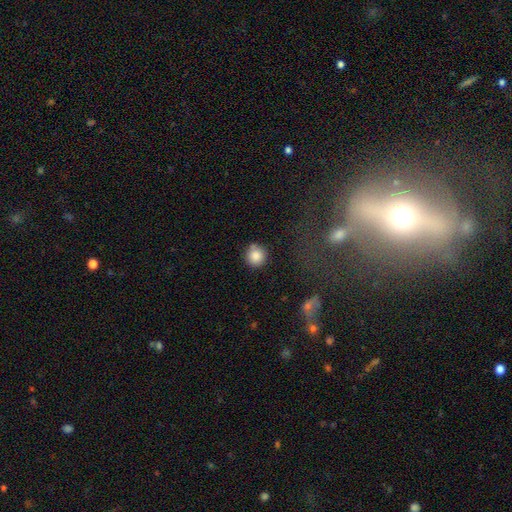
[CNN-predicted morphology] smooth-or-featured: smooth: 85% | star or artifact: 9% | featured or disk: 6%
  how-rounded: round: 90% | in between: 9% | cigar-shaped: 1%
  merging: none: 76% | minor disturbance: 14% | merger: 7% | major disturbance: 4%